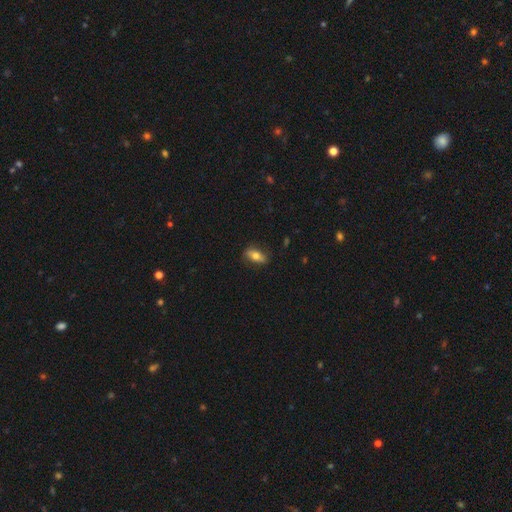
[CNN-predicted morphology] A smooth galaxy with no disk features (66%) that is in between round and cigar-shaped (78%). Merging: none (80%).